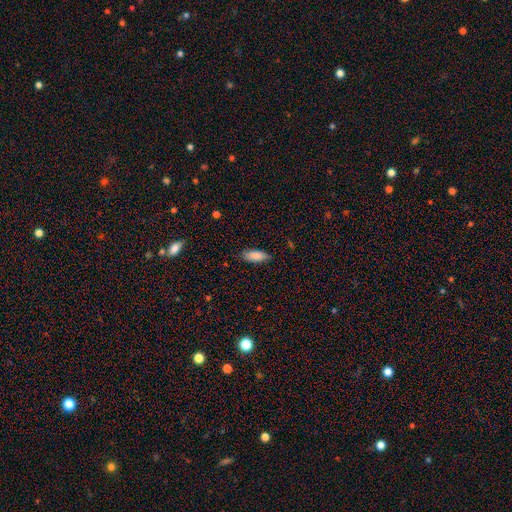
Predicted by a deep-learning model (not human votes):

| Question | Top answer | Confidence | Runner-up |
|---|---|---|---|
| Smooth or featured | smooth | 87% | star or artifact (7%) |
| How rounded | in between | 76% | cigar-shaped (22%) |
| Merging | none | 83% | minor disturbance (13%) |